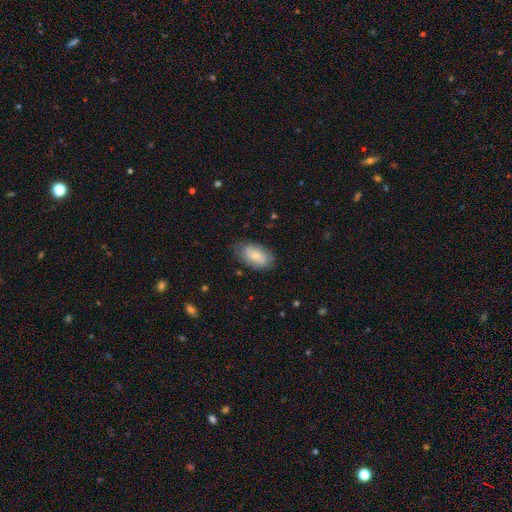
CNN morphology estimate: A smooth galaxy with no disk features (72%) that is in between round and cigar-shaped (92%).

Vote fractions:
- Smooth or featured? smooth: 72% / featured or disk: 21% / star or artifact: 7%
- How rounded? in between: 92% / round: 5% / cigar-shaped: 2%
- Merging? none: 74% / minor disturbance: 20% / major disturbance: 5% / merger: 1%